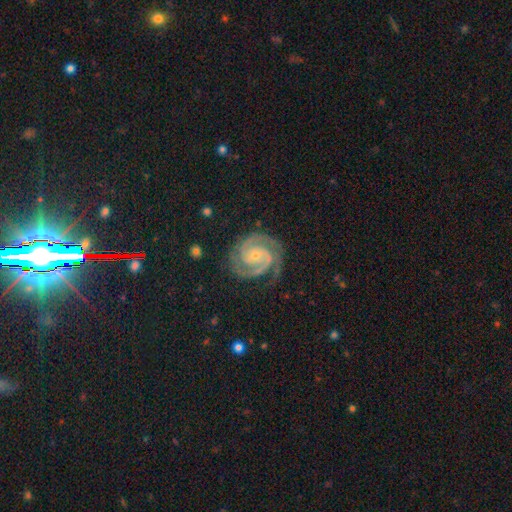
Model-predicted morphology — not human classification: A featured or disk galaxy (92%) with no bar (63%), 2 (87%) tight (70%) spiral arms (99%) and a small central bulge (74%). Merging: none (82%).